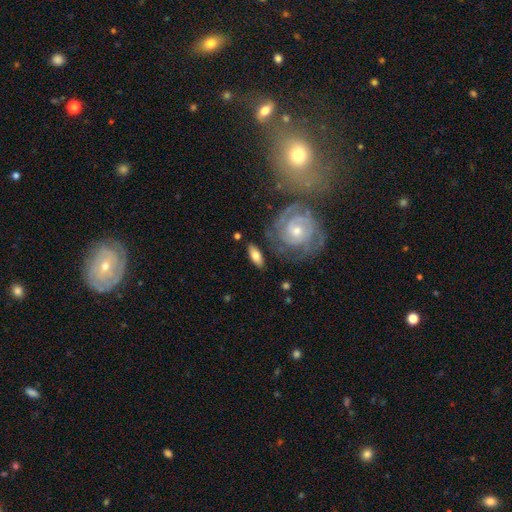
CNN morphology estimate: smooth-or-featured: smooth: 55% | featured or disk: 39% | star or artifact: 6%
  how-rounded: in between: 73% | cigar-shaped: 23% | round: 4%
  merging: none: 76% | minor disturbance: 14% | merger: 5% | major disturbance: 5%